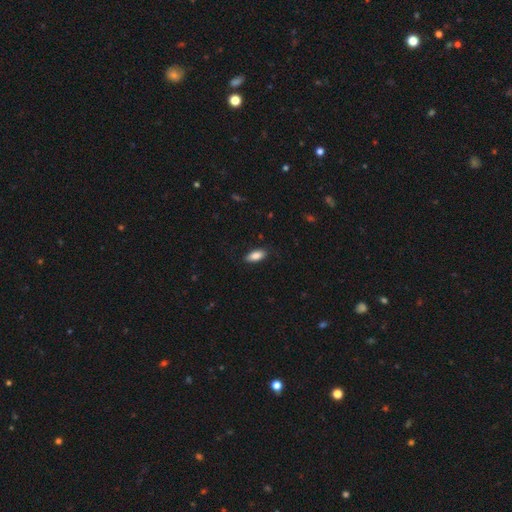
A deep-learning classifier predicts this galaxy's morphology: The model was most divided on "how rounded": in between: 84%, cigar-shaped: 14%, round: 2%. More confident: smooth or featured — smooth (87%); merging — none (85%).